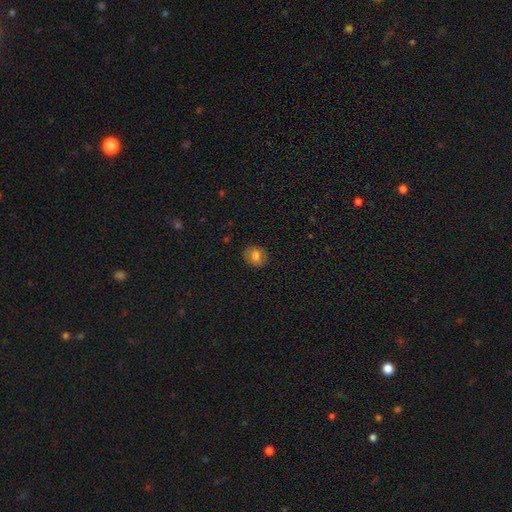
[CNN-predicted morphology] Smooth or featured? smooth (77%)
How rounded? round (63%)
Merging? none (87%)